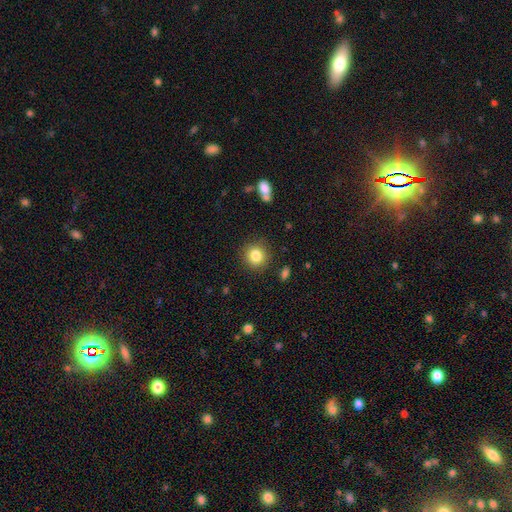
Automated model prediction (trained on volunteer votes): A smooth galaxy with no disk features (84%) that is round (90%). Merging: none (89%).